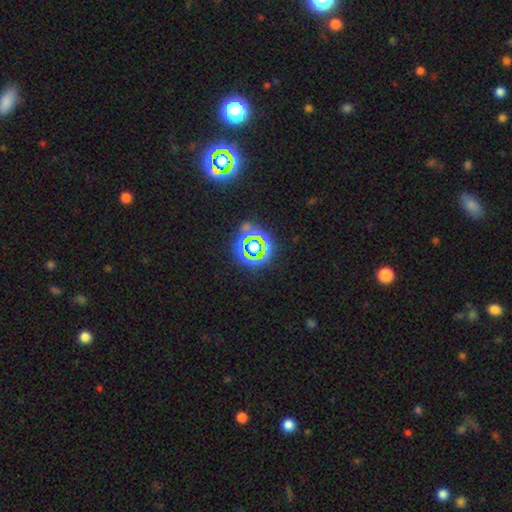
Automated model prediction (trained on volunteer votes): smooth_or_featured: star or artifact (p=0.70) [alt: smooth p=0.19]